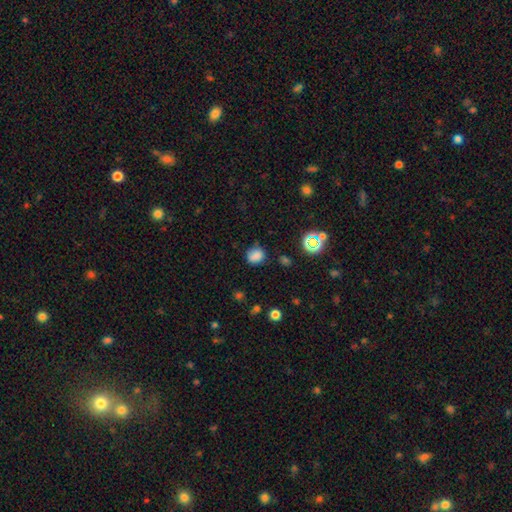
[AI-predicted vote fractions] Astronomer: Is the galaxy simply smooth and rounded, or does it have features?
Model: smooth — 77%.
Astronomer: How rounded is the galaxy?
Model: round — 60% (runner-up: in between, 39%).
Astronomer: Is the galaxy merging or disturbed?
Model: none — 69%.